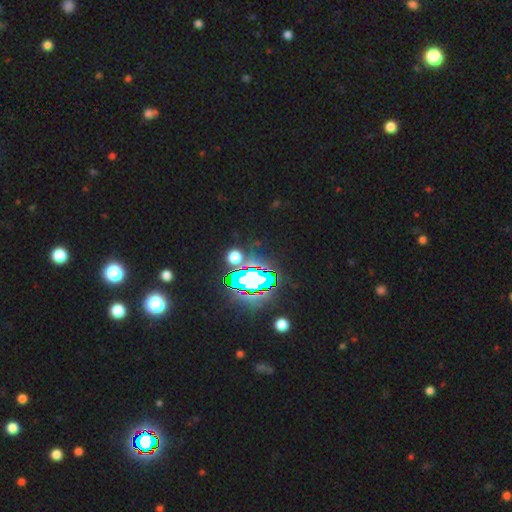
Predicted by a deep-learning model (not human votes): A star or artifact, not a galaxy (73%).

Vote fractions:
- Smooth or featured? star or artifact: 73% / smooth: 16% / featured or disk: 12%